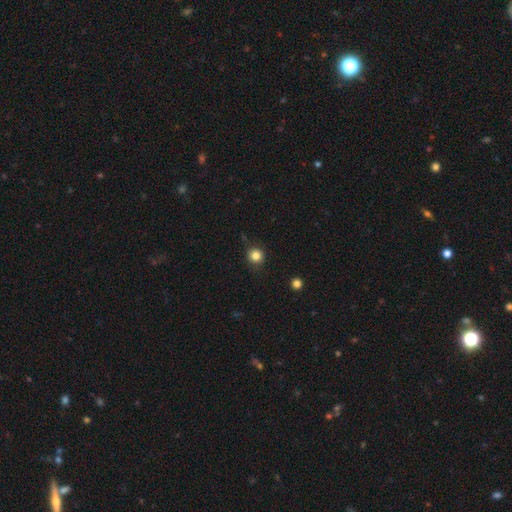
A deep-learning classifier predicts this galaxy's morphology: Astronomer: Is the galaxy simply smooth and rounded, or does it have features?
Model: smooth — 83%.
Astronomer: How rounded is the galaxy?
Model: round — 93%.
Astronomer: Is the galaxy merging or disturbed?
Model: none — 89%.